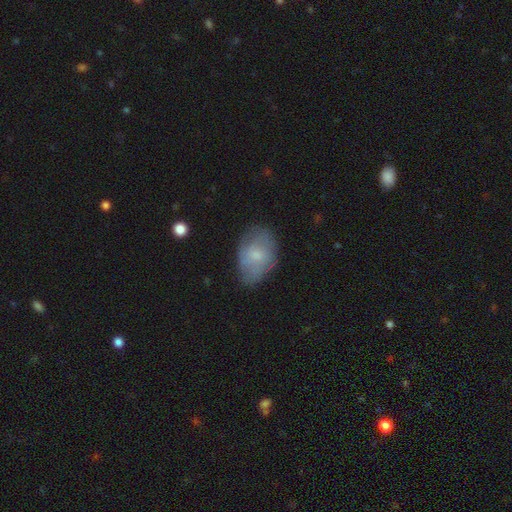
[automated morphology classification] Smooth or featured? Predicted: smooth (p=0.62). How rounded? Predicted: in between (p=0.84). Merging? Predicted: none (p=0.64).